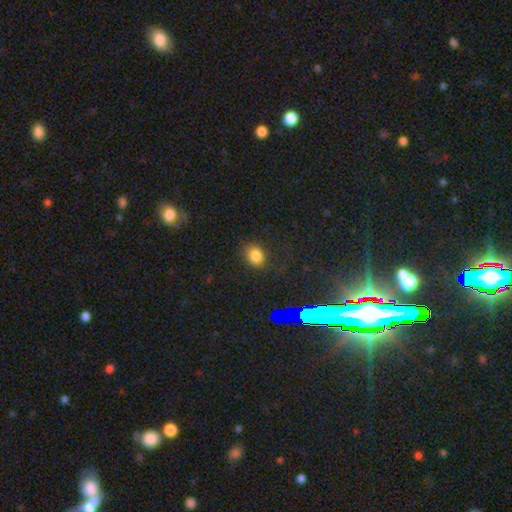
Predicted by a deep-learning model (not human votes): A smooth galaxy with no disk features (80%) that is in between round and cigar-shaped (58%).

Vote fractions:
- Smooth or featured? smooth: 80% / star or artifact: 14% / featured or disk: 6%
- How rounded? in between: 58% / round: 41% / cigar-shaped: 1%
- Merging? none: 80% / minor disturbance: 14% / major disturbance: 4% / merger: 1%